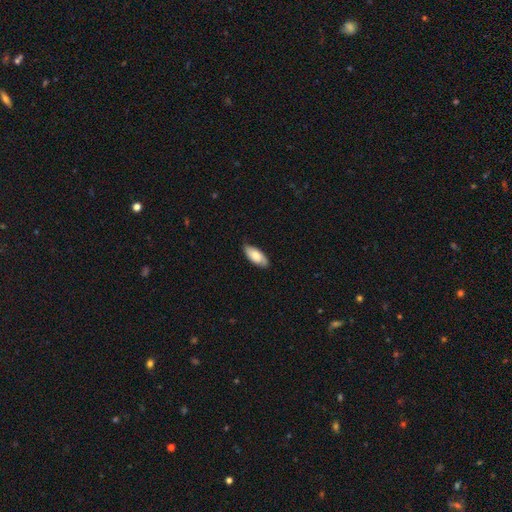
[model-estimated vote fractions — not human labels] smooth 69%, featured or disk 25%, star or artifact 6%. Down the decision tree: how rounded — in between (87%); merging — none (79%).